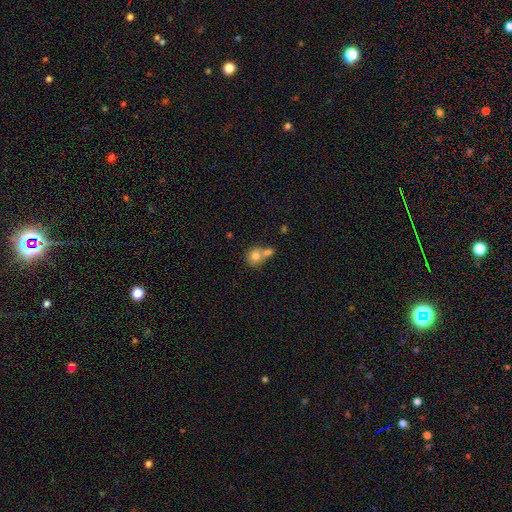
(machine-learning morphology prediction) Q: Smooth or featured?
A: smooth (77%); runner-up: featured or disk (14%)
Q: How rounded?
A: round (76%); runner-up: in between (23%)
Q: Merging?
A: merger (58%); runner-up: none (30%)